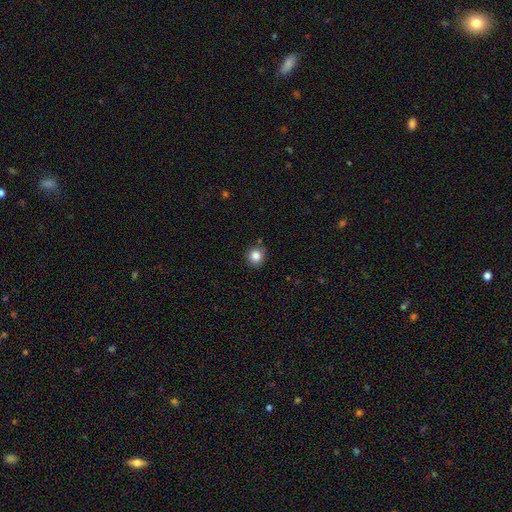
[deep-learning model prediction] A smooth galaxy with no disk features (85%) that is round (89%).

Vote fractions:
- Smooth or featured? smooth: 85% / star or artifact: 10% / featured or disk: 5%
- How rounded? round: 89% / in between: 11% / cigar-shaped: 1%
- Merging? none: 84% / minor disturbance: 11% / merger: 3% / major disturbance: 2%